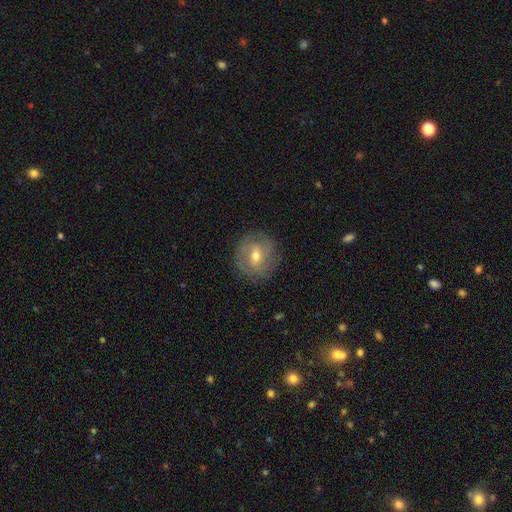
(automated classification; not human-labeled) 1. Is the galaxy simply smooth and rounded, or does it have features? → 59% featured or disk, 33% smooth, 8% star or artifact.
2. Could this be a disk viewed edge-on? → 95% no, 5% yes.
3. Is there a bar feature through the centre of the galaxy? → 50% weak, 32% no, 18% strong.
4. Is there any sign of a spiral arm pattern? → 68% yes, 32% no.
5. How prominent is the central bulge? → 65% moderate, 30% small, 3% large, 1% none, 1% dominant.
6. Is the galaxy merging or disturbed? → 82% none, 13% minor disturbance, 5% major disturbance, 1% merger.